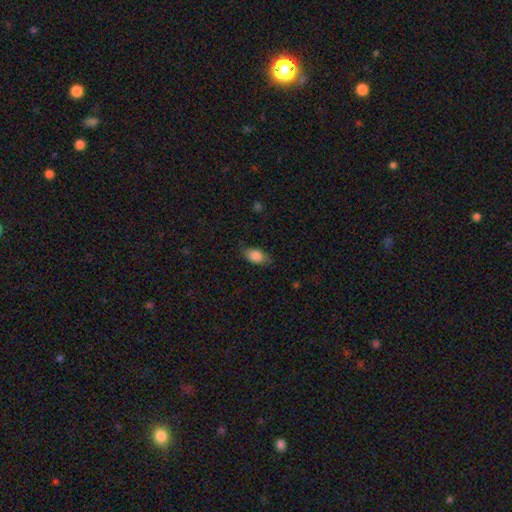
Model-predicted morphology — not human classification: Smooth or featured?
  - smooth: 84% *
  - featured or disk: 8%
  - star or artifact: 8%
How rounded?
  - in between: 87% *
  - round: 10%
  - cigar-shaped: 3%
Merging?
  - none: 74% *
  - minor disturbance: 20%
  - major disturbance: 5%
  - merger: 1%